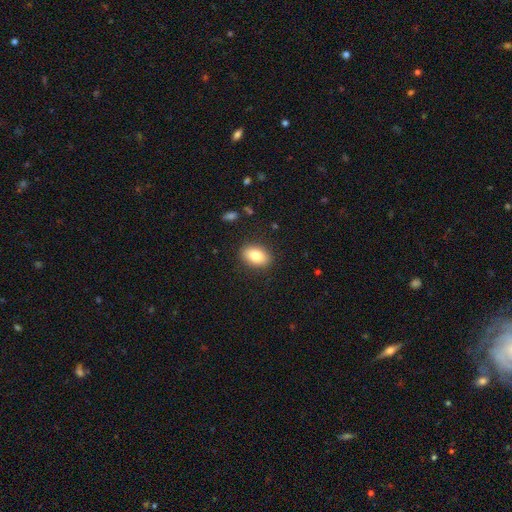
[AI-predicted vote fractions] Overall: smooth (83%). How rounded: in between (86%). Merging: none (87%).